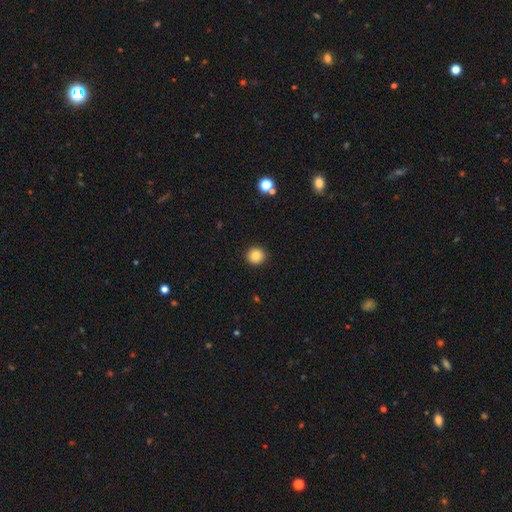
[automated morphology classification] smooth 85%, star or artifact 10%, featured or disk 5%. Down the decision tree: how rounded — round (95%); merging — none (93%).